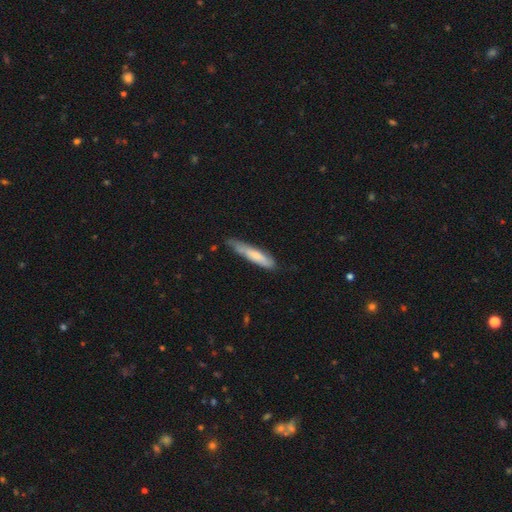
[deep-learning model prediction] This appears to be a smooth galaxy with no disk features (68%) that is cigar-shaped (84%). Merging: none (56%).